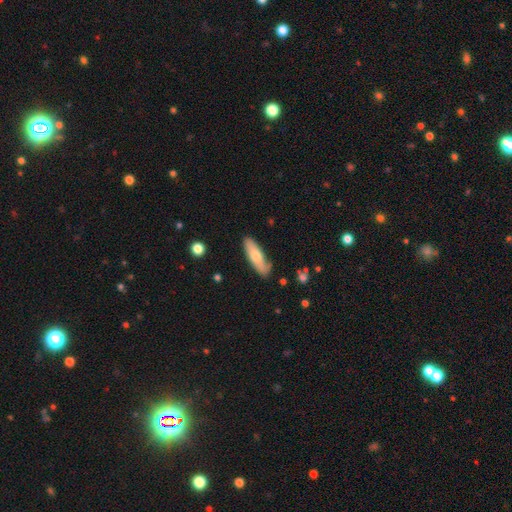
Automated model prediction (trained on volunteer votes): Smooth or featured? smooth (66%)
How rounded? cigar-shaped (50%)
Merging? none (76%)